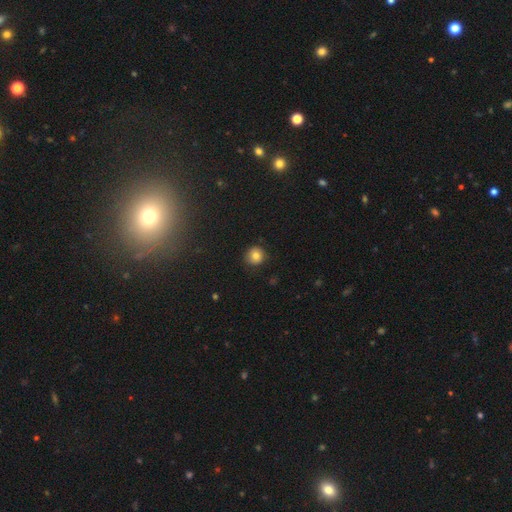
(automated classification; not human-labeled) A smooth galaxy with no disk features (79%) that is round (91%). Merging: none (83%).